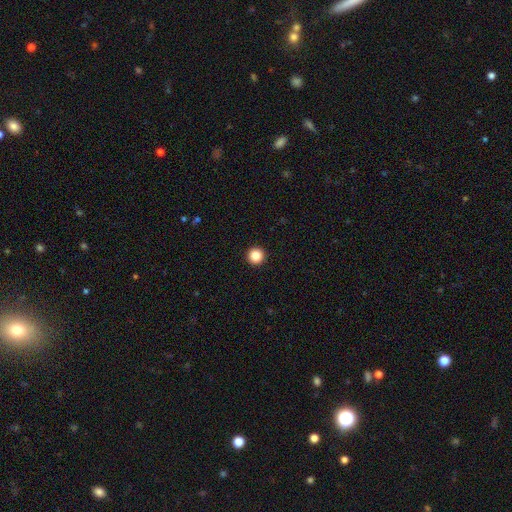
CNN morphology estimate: smooth 86%, star or artifact 11%, featured or disk 4%. Down the decision tree: how rounded — round (97%); merging — none (94%).